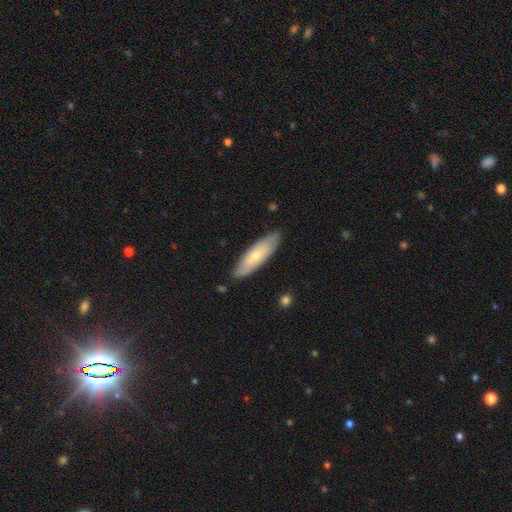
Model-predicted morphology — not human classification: A smooth galaxy with no disk features (60%) that is cigar-shaped (55%).

Vote fractions:
- Smooth or featured? smooth: 60% / featured or disk: 35% / star or artifact: 5%
- How rounded? cigar-shaped: 55% / in between: 44% / round: 2%
- Merging? none: 84% / minor disturbance: 13% / major disturbance: 2% / merger: 1%